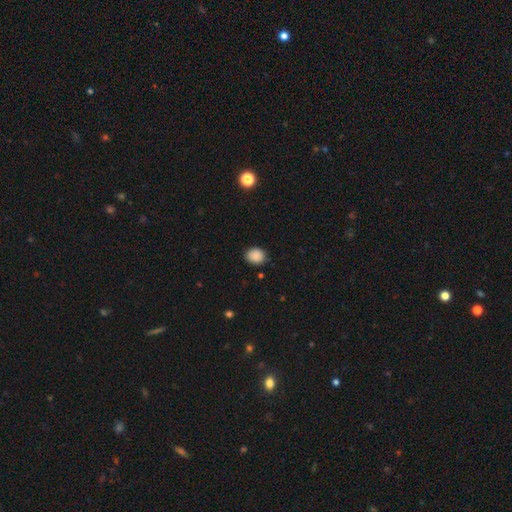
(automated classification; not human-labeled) Morphology: type=smooth (87%); roundness=round (66%); merging=none (84%).